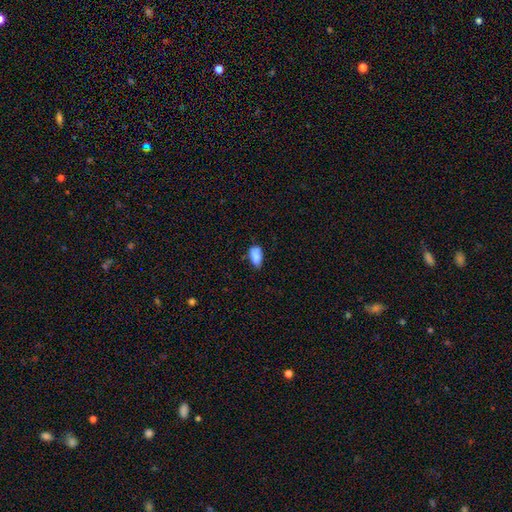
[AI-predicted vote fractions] This is clearly a smooth galaxy (86%). How rounded: clearly in between (92%). Merging: likely none (61%).